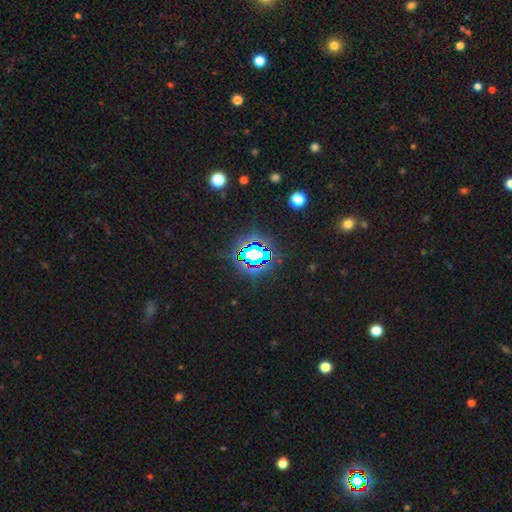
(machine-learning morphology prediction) star or artifact 72%, smooth 16%, featured or disk 12%.